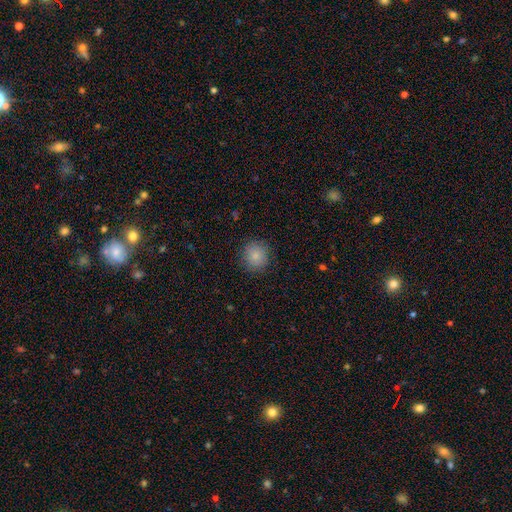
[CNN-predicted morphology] Q: Smooth or featured?
A: smooth (86%); runner-up: star or artifact (9%)
Q: How rounded?
A: round (90%); runner-up: in between (9%)
Q: Merging?
A: none (88%); runner-up: minor disturbance (8%)